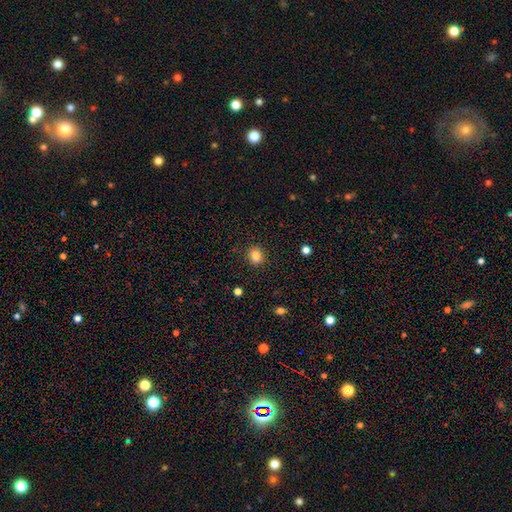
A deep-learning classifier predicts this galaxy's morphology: Smooth or featured? smooth (83%)
How rounded? round (79%)
Merging? none (89%)